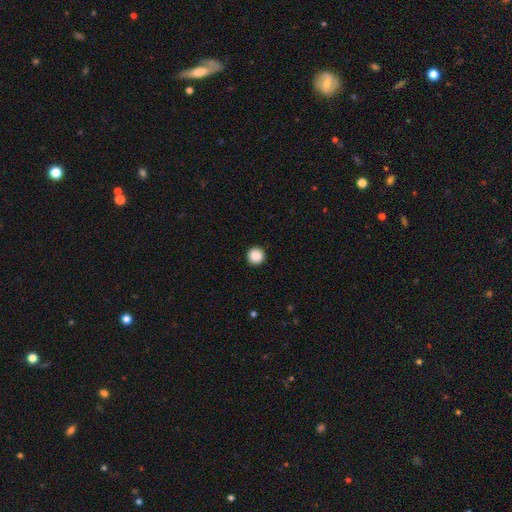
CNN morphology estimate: Smooth or featured?
  - smooth: 88% *
  - star or artifact: 9%
  - featured or disk: 3%
How rounded?
  - round: 96% *
  - in between: 4%
  - cigar-shaped: 1%
Merging?
  - none: 93% *
  - minor disturbance: 4%
  - major disturbance: 1%
  - merger: 1%